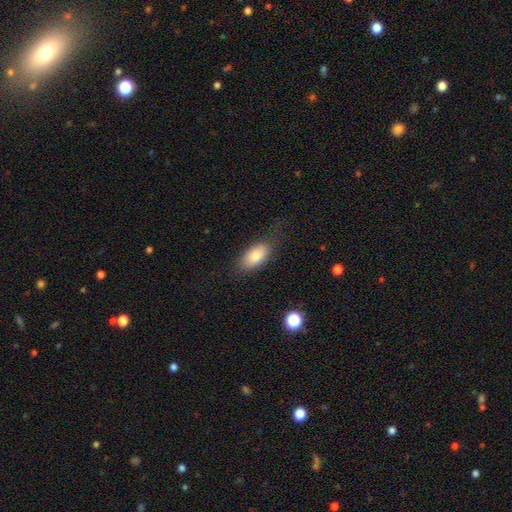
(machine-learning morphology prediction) A smooth galaxy with no disk features (80%) that is in between round and cigar-shaped (91%).

Vote fractions:
- Smooth or featured? smooth: 80% / featured or disk: 13% / star or artifact: 7%
- How rounded? in between: 91% / cigar-shaped: 5% / round: 4%
- Merging? none: 74% / minor disturbance: 18% / major disturbance: 7% / merger: 1%